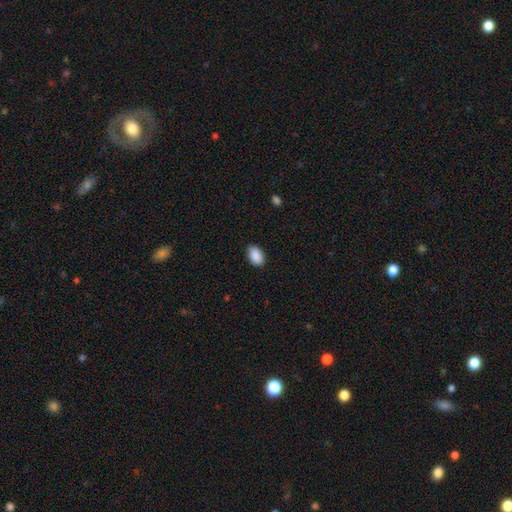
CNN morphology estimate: type=smooth (90%); roundness=in between (91%); merging=none (87%).